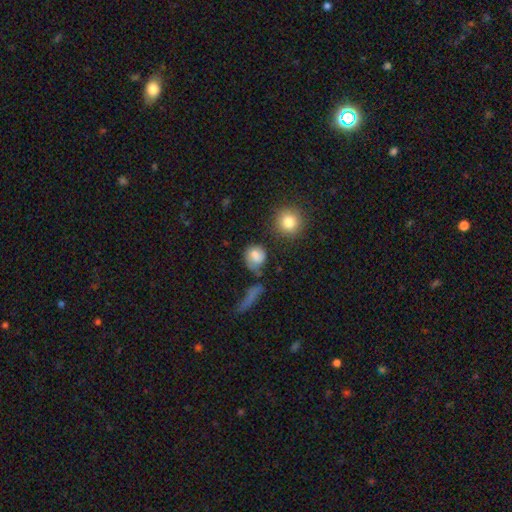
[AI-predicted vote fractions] Smooth or featured? Predicted: smooth (p=0.73). How rounded? Predicted: round (p=0.76). Merging? Predicted: none (p=0.50).